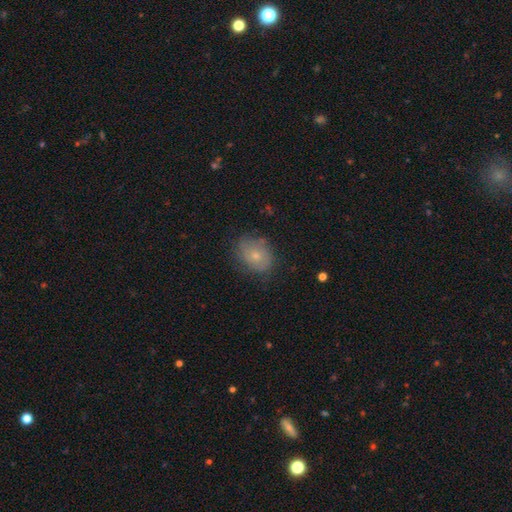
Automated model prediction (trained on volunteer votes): smooth_or_featured: smooth (p=0.59) [alt: featured or disk p=0.32]
how_rounded: round (p=0.50) [alt: in between p=0.49]
merging: none (p=0.70) [alt: minor disturbance p=0.22]